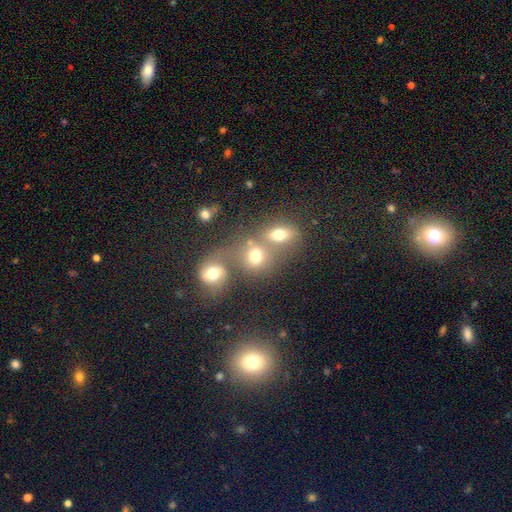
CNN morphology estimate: smooth 60%, featured or disk 21%, star or artifact 18%. Down the decision tree: how rounded — round (65%); merging — merger (53%).